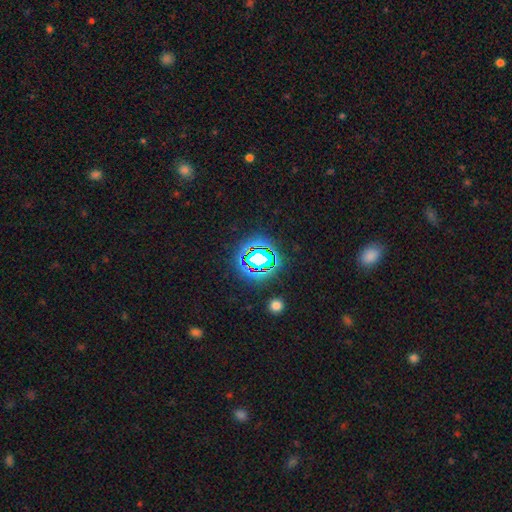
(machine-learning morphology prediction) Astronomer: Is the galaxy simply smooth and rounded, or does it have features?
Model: star or artifact — 70%.